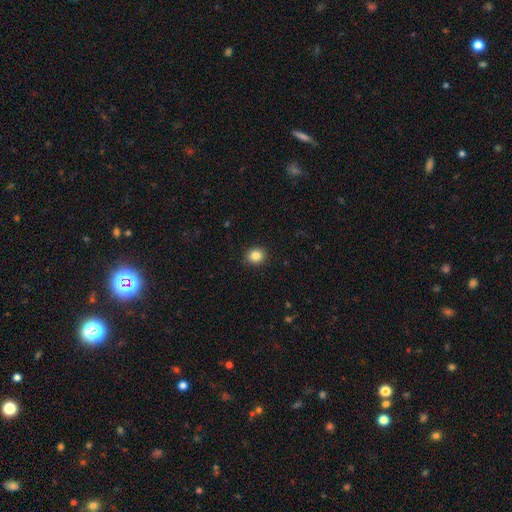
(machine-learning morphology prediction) A smooth galaxy with no disk features (85%) that is round (80%). Merging: none (91%).